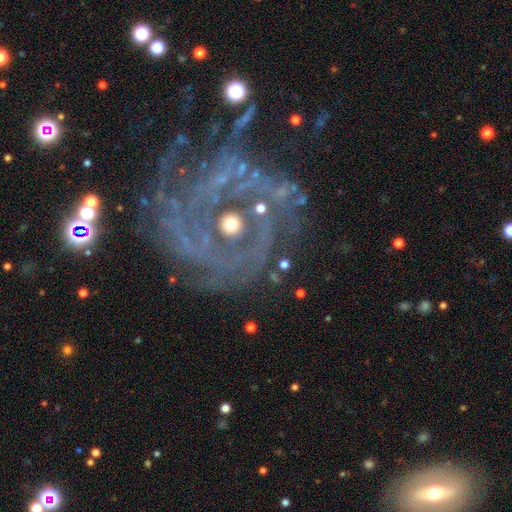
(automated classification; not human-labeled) This is clearly a featured or disk galaxy (85%). It is clearly not viewed edge-on (97%). Bar: likely no (72%). Spiral arm pattern: clearly yes (90%). Spiral arm count: marginally can't tell (30%). Spiral winding: likely tight (67%). Central bulge: possibly moderate (56%). Merging: likely none (62%).